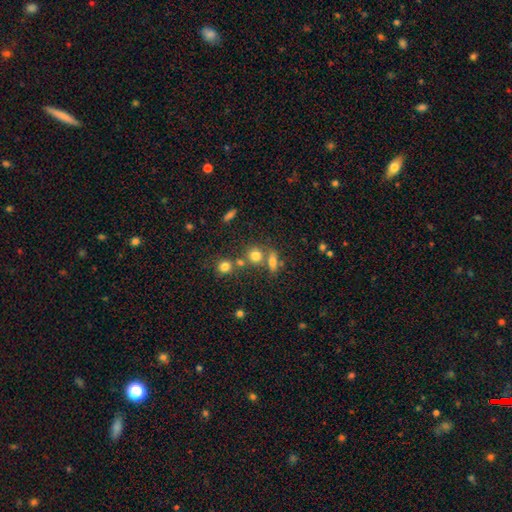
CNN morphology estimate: A smooth galaxy with no disk features (74%) that is round (72%). Merging: none (57%).